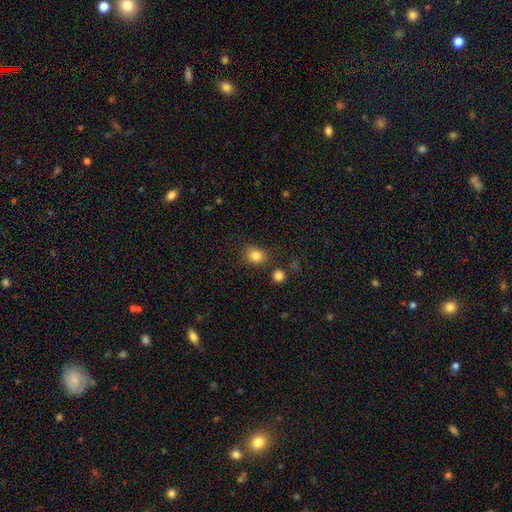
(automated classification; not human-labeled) smooth_or_featured: smooth (p=0.83) [alt: star or artifact p=0.11]
how_rounded: round (p=0.62) [alt: in between p=0.38]
merging: none (p=0.78) [alt: minor disturbance p=0.12]